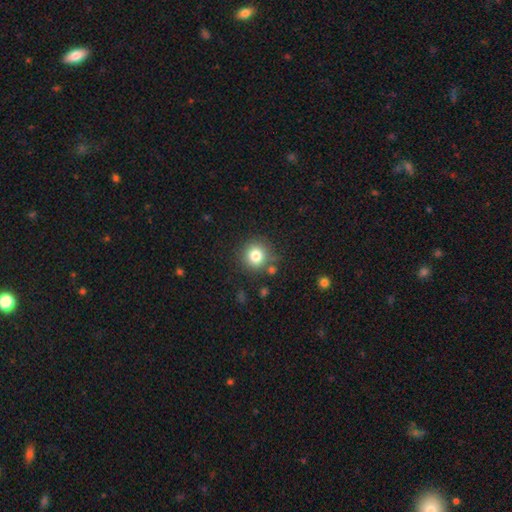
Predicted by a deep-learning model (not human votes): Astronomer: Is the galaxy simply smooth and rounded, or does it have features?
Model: smooth — 80%.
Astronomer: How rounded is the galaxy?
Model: round — 93%.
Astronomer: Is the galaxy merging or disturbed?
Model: none — 82%.